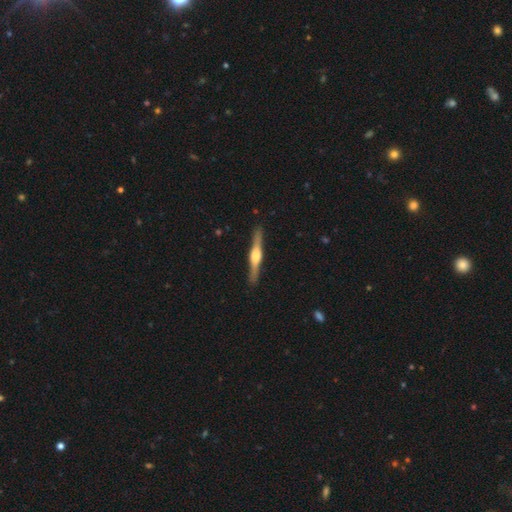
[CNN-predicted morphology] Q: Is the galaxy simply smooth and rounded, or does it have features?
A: featured or disk — 77%.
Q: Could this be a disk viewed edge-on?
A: yes — 98%.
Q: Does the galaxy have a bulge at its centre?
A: rounded — 90%.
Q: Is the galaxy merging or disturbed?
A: none — 91%.